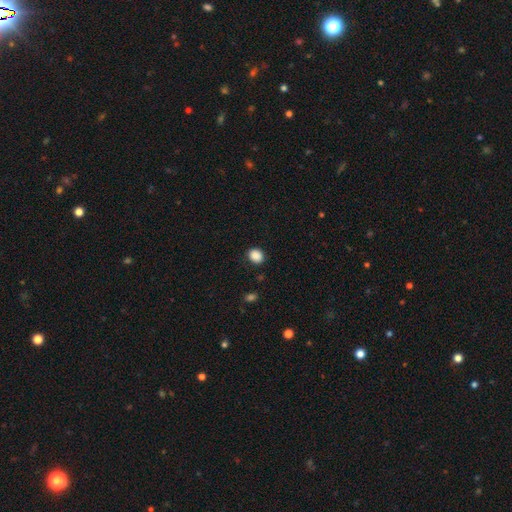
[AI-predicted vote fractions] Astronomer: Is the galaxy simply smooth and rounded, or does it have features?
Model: smooth — 88%.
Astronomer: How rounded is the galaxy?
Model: round — 61% (runner-up: in between, 38%).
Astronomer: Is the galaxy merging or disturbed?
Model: none — 85%.